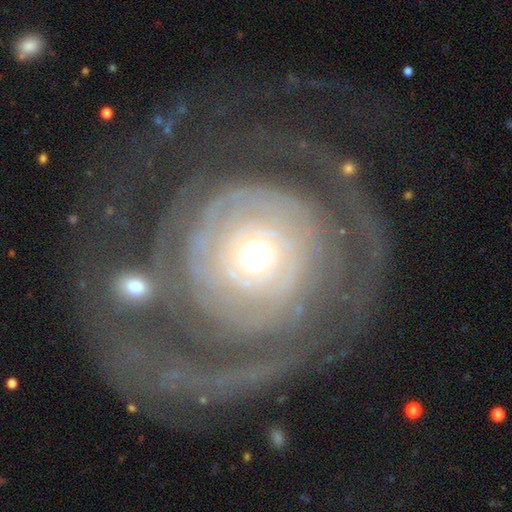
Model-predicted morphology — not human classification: A featured or disk galaxy (86%) with no bar (83%), 2 (32%) tight (71%) spiral arms (89%) and a moderate central bulge (55%). Merging: none (51%).